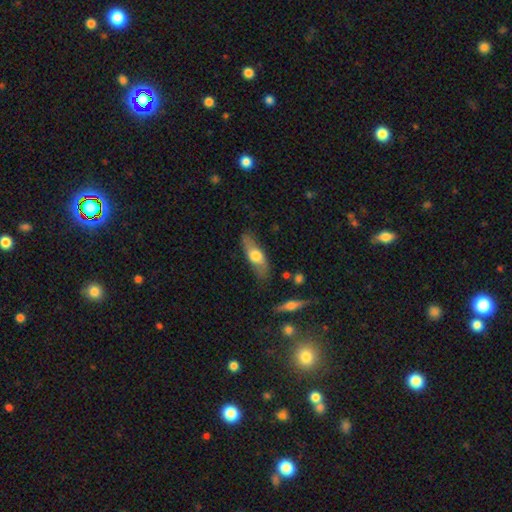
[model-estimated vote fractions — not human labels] This is possibly a smooth galaxy (53%). How rounded: possibly in between (52%). Merging: likely none (77%).